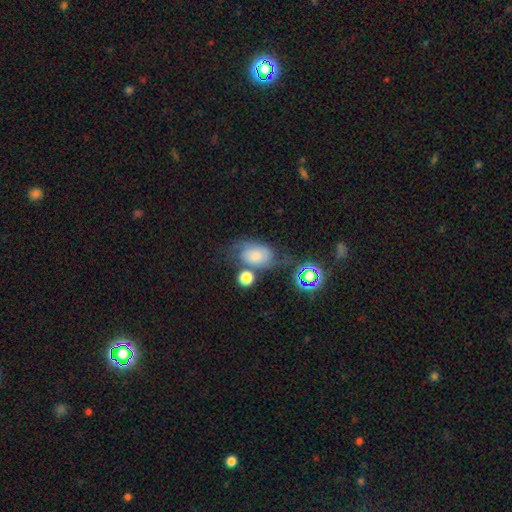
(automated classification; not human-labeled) A smooth galaxy with no disk features (46%).

Vote fractions:
- Smooth or featured? smooth: 46% / featured or disk: 41% / star or artifact: 13%
- Merging? none: 43% / minor disturbance: 25% / major disturbance: 18% / merger: 15%